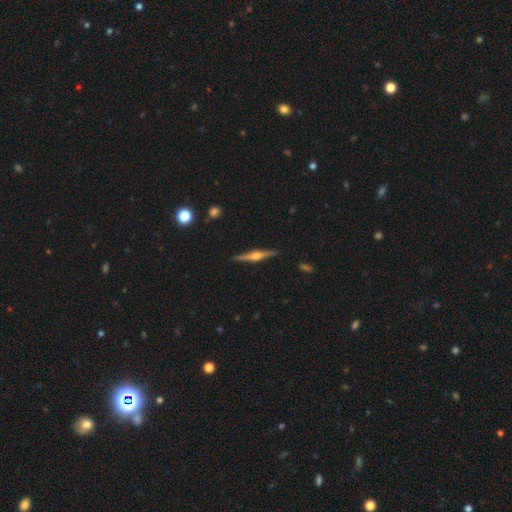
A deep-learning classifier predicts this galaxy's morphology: Overall: featured or disk (79%). Edge-on disk: yes (98%). Edge-on bulge: rounded (91%). Merging: none (90%).